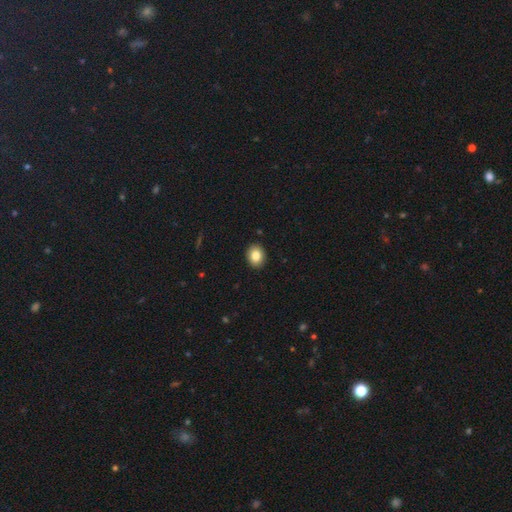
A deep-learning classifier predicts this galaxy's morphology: This is clearly a smooth galaxy (84%). How rounded: possibly round (50%). Merging: clearly none (91%).